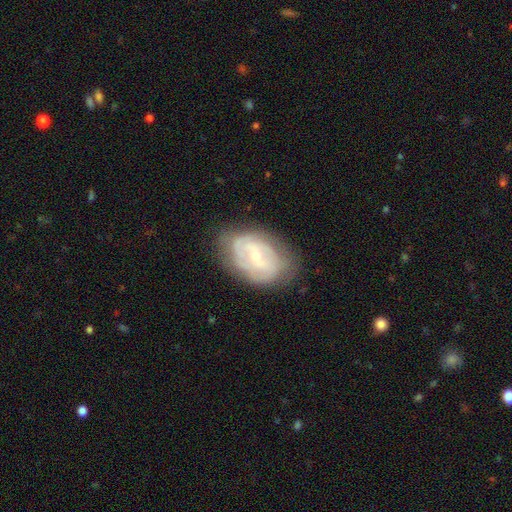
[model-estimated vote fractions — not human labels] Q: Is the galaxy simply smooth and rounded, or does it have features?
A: featured or disk — 71%.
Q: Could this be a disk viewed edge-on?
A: no — 96%.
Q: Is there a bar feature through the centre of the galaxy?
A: weak — 47%.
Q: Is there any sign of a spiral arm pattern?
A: yes — 69%.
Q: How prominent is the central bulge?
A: small — 67%.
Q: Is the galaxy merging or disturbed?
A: none — 70%.